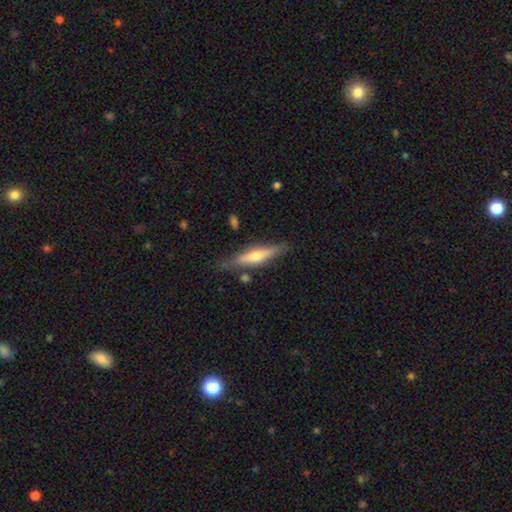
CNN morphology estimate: type=featured or disk (57%); edge-on=yes (93%); edge-on bulge=rounded (88%); merging=none (79%).